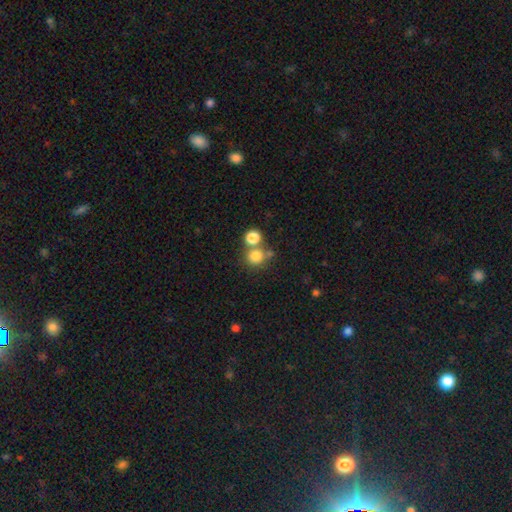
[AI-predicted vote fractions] This appears to be a smooth galaxy with no disk features (78%) that is round (88%). Merging: none (60%).